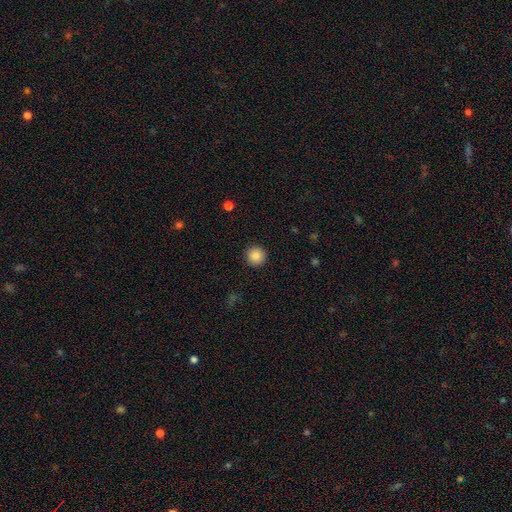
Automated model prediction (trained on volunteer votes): Q: Smooth or featured?
A: smooth (87%); runner-up: star or artifact (9%)
Q: How rounded?
A: round (95%); runner-up: in between (4%)
Q: Merging?
A: none (92%); runner-up: minor disturbance (5%)